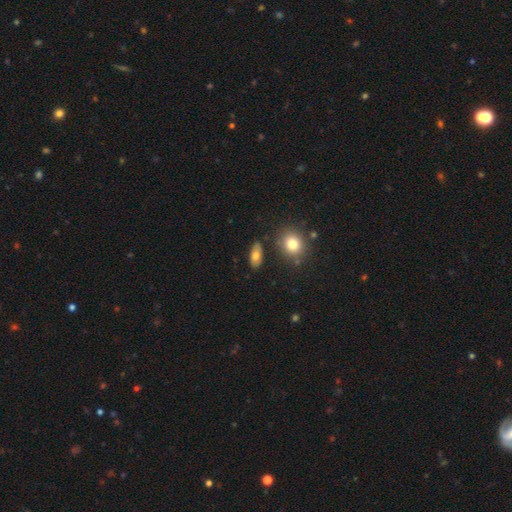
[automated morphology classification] A smooth galaxy with no disk features (73%) that is in between round and cigar-shaped (83%).

Vote fractions:
- Smooth or featured? smooth: 73% / featured or disk: 18% / star or artifact: 9%
- How rounded? in between: 83% / cigar-shaped: 9% / round: 8%
- Merging? none: 79% / minor disturbance: 14% / merger: 4% / major disturbance: 4%